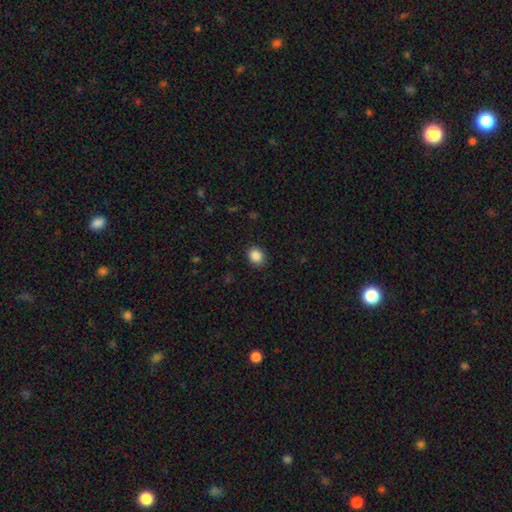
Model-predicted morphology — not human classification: Q: Smooth or featured?
A: smooth (88%); runner-up: star or artifact (9%)
Q: How rounded?
A: round (55%); runner-up: in between (44%)
Q: Merging?
A: none (89%); runner-up: minor disturbance (8%)